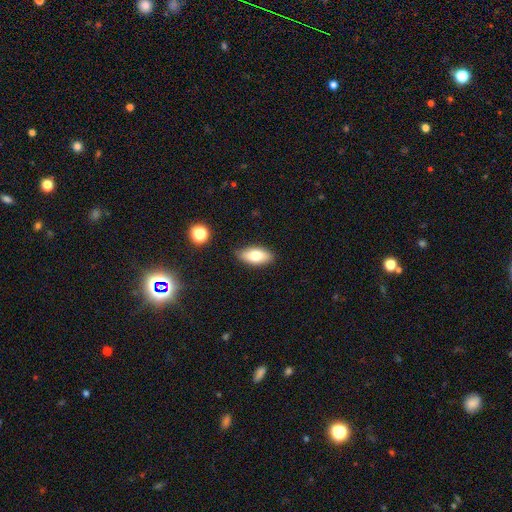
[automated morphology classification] Q: Smooth or featured?
A: smooth (78%); runner-up: featured or disk (14%)
Q: How rounded?
A: in between (88%); runner-up: cigar-shaped (9%)
Q: Merging?
A: none (84%); runner-up: minor disturbance (12%)